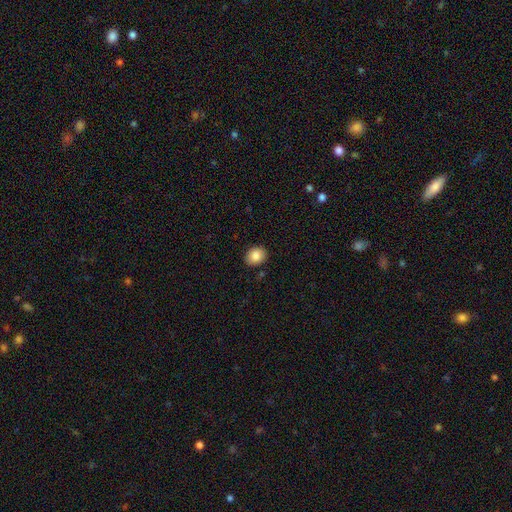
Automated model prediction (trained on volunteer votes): Smooth or featured? smooth (85%)
How rounded? round (57%)
Merging? none (88%)